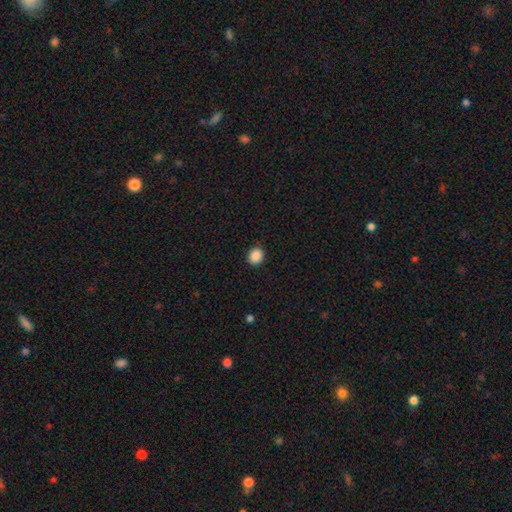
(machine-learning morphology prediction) This is clearly a smooth galaxy (89%). How rounded: likely round (66%). Merging: clearly none (91%).